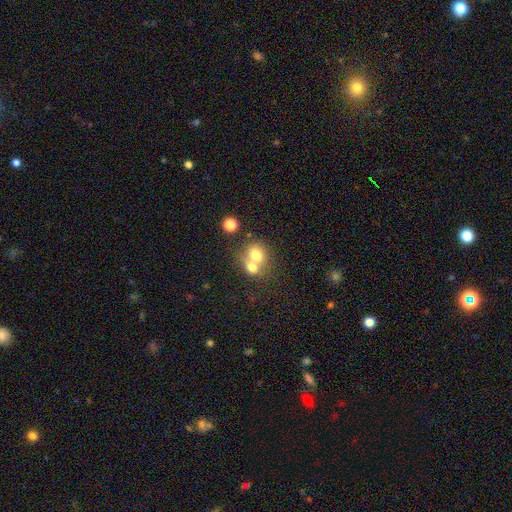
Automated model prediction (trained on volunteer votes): smooth_or_featured: smooth (p=0.71) [alt: featured or disk p=0.18]
how_rounded: round (p=0.63) [alt: in between p=0.36]
merging: merger (p=0.65) [alt: none p=0.26]